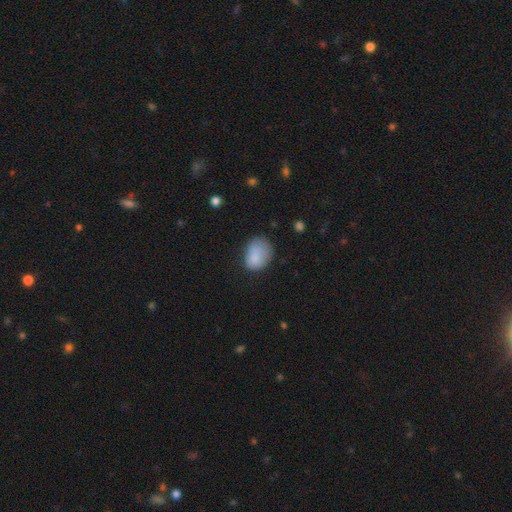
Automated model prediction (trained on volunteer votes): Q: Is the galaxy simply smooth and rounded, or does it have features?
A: smooth — 84%.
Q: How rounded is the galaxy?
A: in between — 66%.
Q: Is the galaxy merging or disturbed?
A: none — 55%.